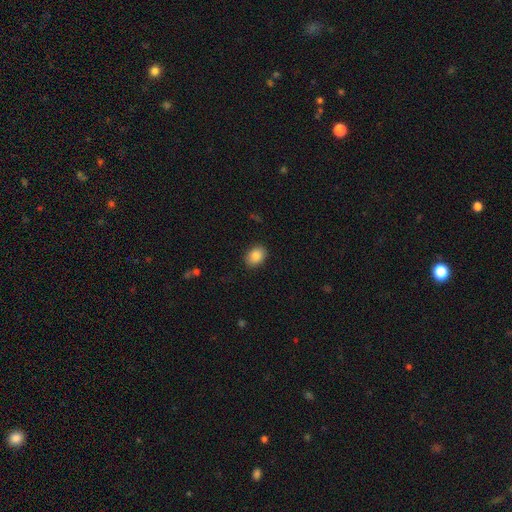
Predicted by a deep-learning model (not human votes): The model was most divided on "how rounded": in between: 73%, round: 26%, cigar-shaped: 1%. More confident: merging — none (88%); smooth or featured — smooth (87%).